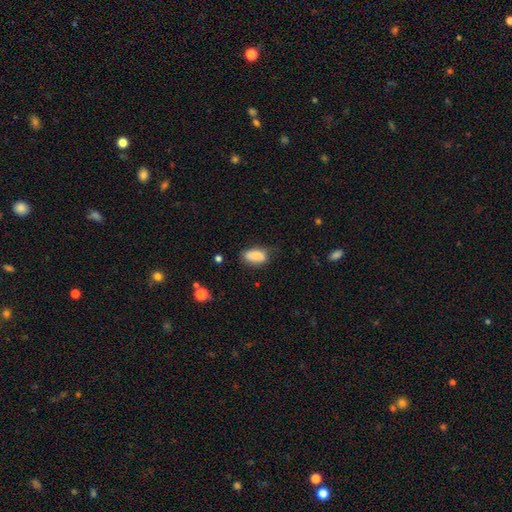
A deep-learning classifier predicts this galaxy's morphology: Q: Smooth or featured?
A: smooth (83%); runner-up: featured or disk (10%)
Q: How rounded?
A: in between (90%); runner-up: cigar-shaped (5%)
Q: Merging?
A: none (62%); runner-up: minor disturbance (29%)